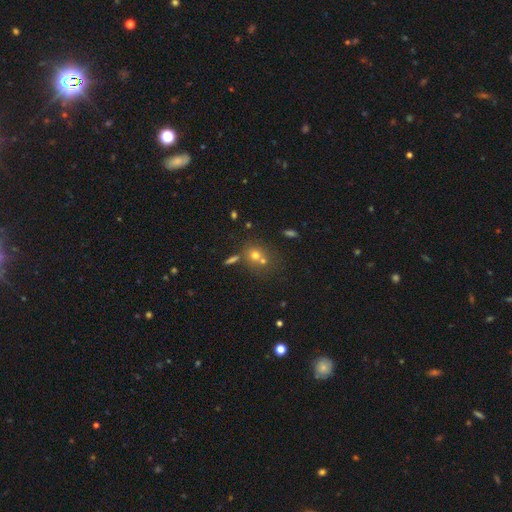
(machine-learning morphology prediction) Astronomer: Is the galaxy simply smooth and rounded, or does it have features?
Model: smooth — 60%.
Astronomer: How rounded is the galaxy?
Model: round — 75%.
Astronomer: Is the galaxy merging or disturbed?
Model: none — 48% (runner-up: merger, 38%).